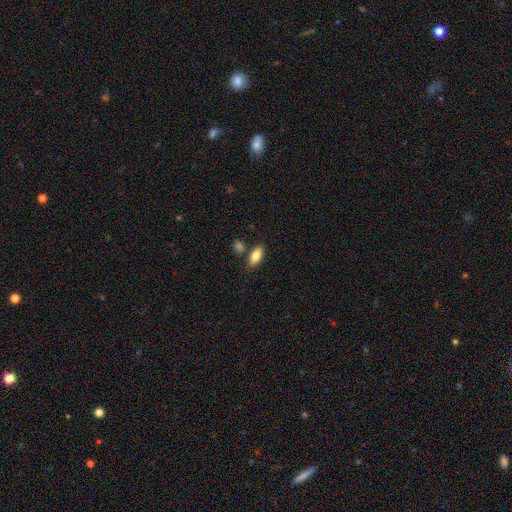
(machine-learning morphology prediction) type=smooth (82%); roundness=in between (85%); merging=none (76%).